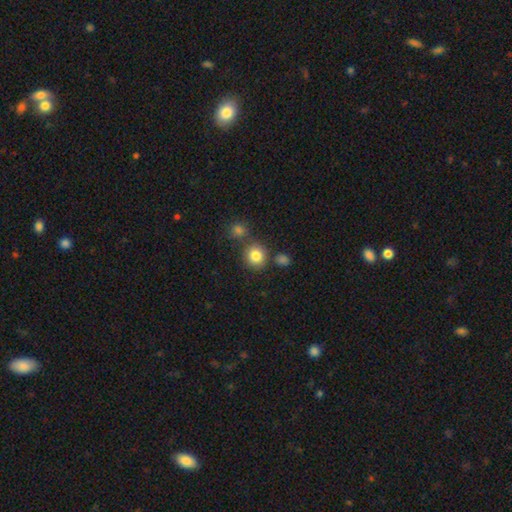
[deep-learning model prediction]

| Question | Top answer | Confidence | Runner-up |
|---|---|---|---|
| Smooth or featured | smooth | 83% | star or artifact (11%) |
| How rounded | round | 88% | in between (11%) |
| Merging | none | 70% | merger (16%) |